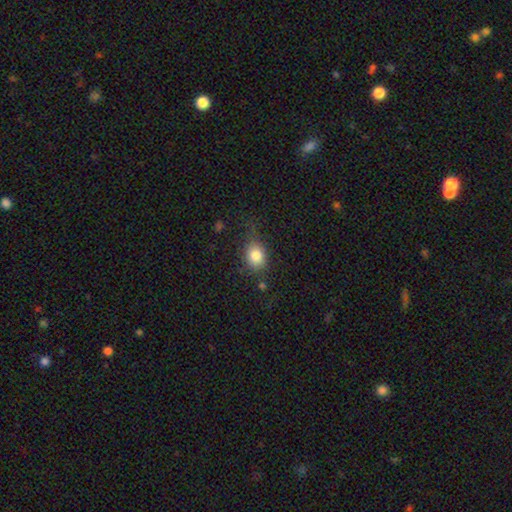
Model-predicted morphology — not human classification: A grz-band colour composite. It shows a smooth galaxy with no disk features (81%) that is round (53%). Merging: none (62%).